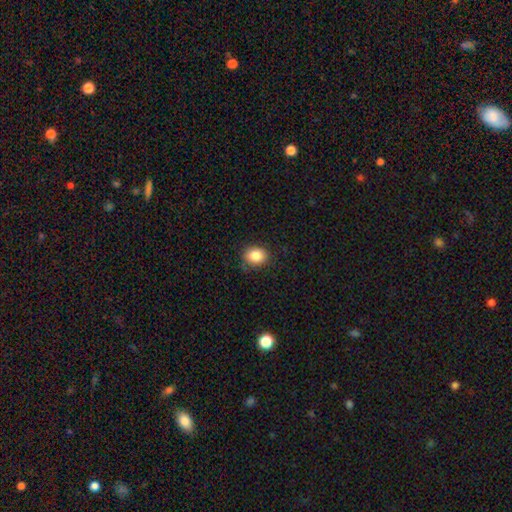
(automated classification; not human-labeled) This is clearly a smooth galaxy (86%). How rounded: possibly round (54%). Merging: likely none (79%).